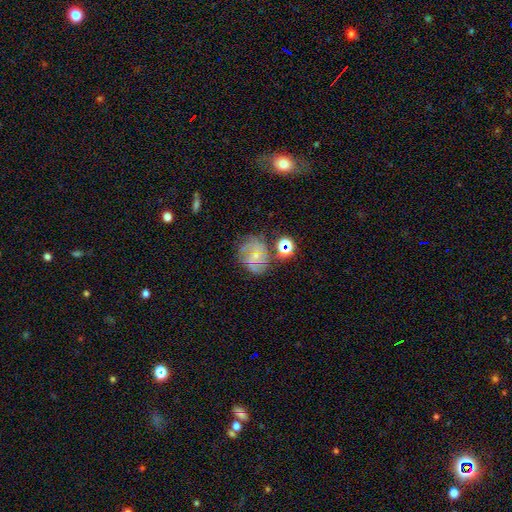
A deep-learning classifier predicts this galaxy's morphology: Smooth or featured: featured or disk — 50% (smooth — 33%)
Edge-on disk: no — 97% (yes — 3%)
Merging: none — 53% (minor disturbance — 22%)